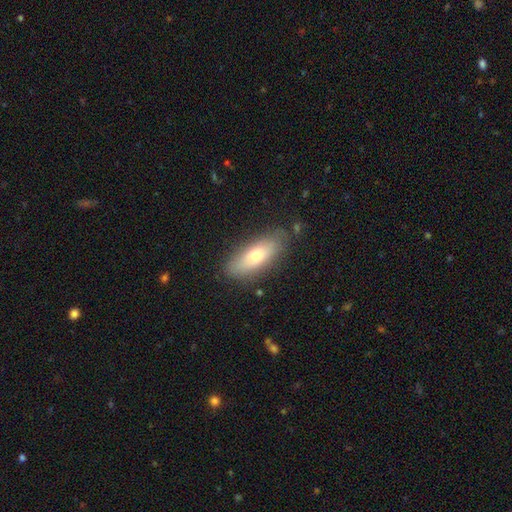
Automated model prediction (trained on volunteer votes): This appears to be a smooth galaxy with no disk features (68%) that is in between round and cigar-shaped (66%). Merging: none (82%).